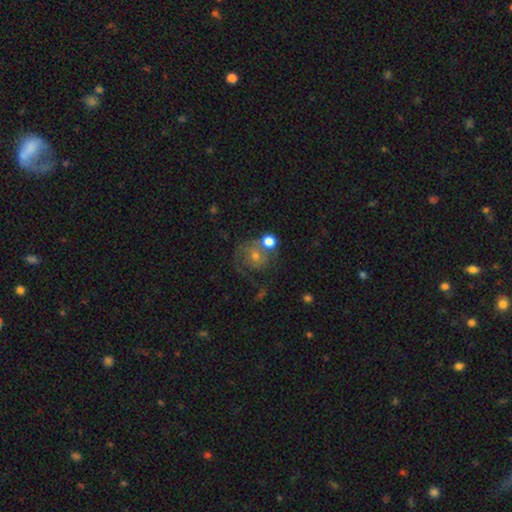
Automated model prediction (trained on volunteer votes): Smooth or featured? Predicted: featured or disk (p=0.48). Merging? Predicted: none (p=0.52).